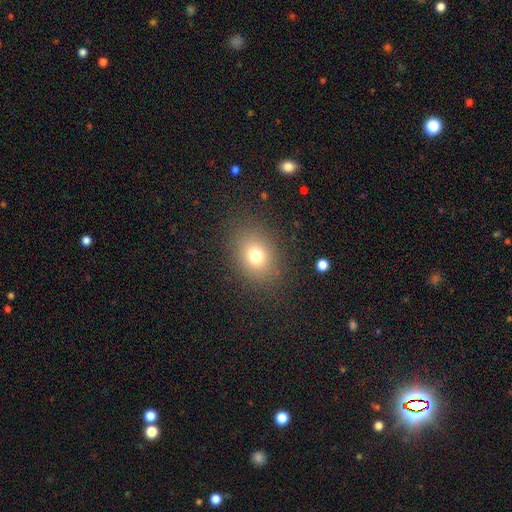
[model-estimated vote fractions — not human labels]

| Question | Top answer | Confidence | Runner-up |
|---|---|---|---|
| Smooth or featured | smooth | 74% | star or artifact (15%) |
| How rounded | in between | 53% | round (46%) |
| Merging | none | 84% | minor disturbance (9%) |